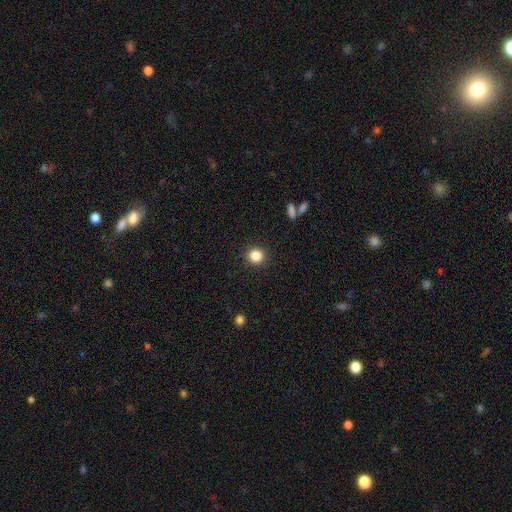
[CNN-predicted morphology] smooth_or_featured: smooth (p=0.85) [alt: star or artifact p=0.11]
how_rounded: round (p=0.90) [alt: in between p=0.09]
merging: none (p=0.91) [alt: minor disturbance p=0.05]